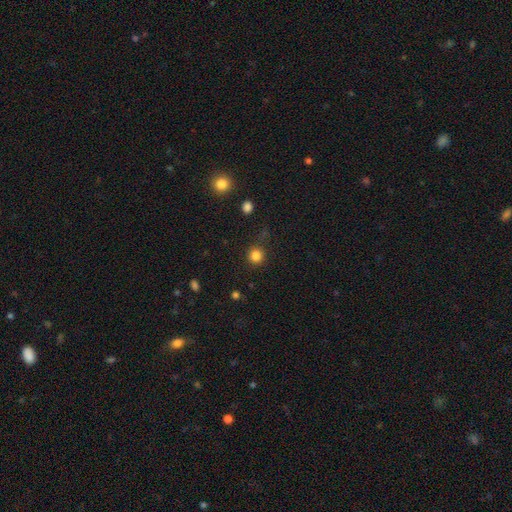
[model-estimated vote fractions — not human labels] This is clearly a smooth galaxy (84%). How rounded: clearly round (94%). Merging: clearly none (85%).